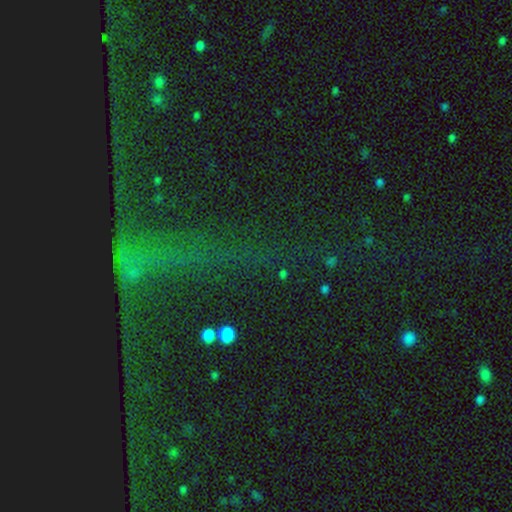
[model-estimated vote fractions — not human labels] smooth_or_featured: star or artifact (p=0.73) [alt: featured or disk p=0.14]